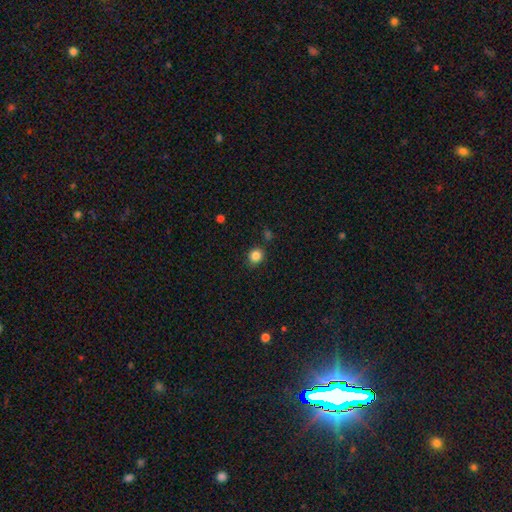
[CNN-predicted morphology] smooth_or_featured: smooth (p=0.85) [alt: star or artifact p=0.11]
how_rounded: round (p=0.81) [alt: in between p=0.18]
merging: none (p=0.86) [alt: minor disturbance p=0.08]